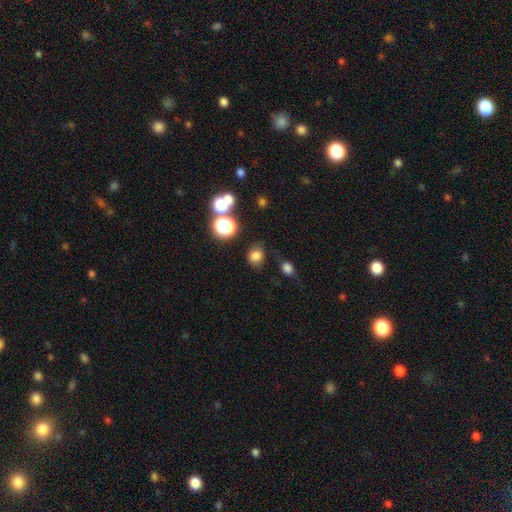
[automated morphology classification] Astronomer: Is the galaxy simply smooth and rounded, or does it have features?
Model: smooth — 77%.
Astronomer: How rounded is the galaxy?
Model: round — 67%.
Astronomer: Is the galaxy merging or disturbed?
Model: none — 72%.